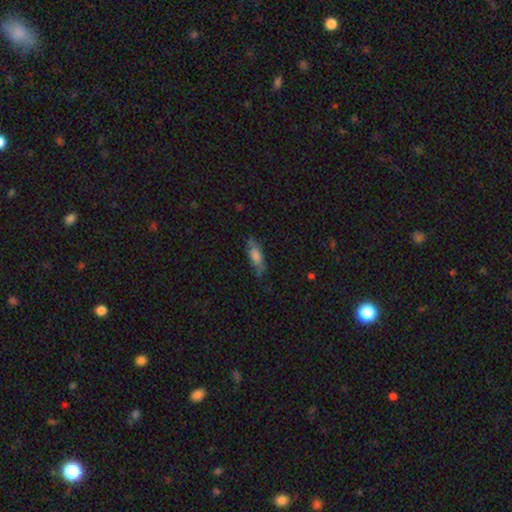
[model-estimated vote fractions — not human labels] This appears to be a smooth galaxy with no disk features (57%) that is cigar-shaped (54%). Merging: none (69%).